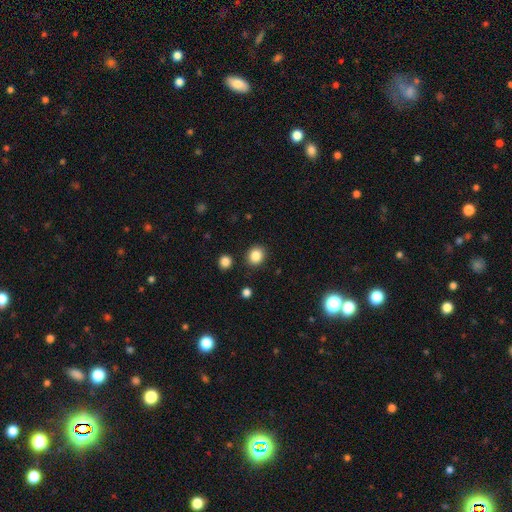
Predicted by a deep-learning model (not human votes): smooth-or-featured: smooth: 85% | star or artifact: 11% | featured or disk: 4%
  how-rounded: round: 79% | in between: 21% | cigar-shaped: 1%
  merging: none: 88% | minor disturbance: 7% | merger: 3% | major disturbance: 2%